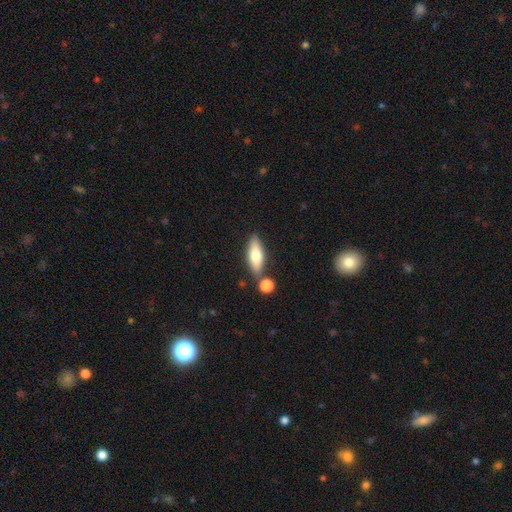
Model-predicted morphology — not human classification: This is likely a smooth galaxy (67%). How rounded: possibly in between (59%). Merging: likely none (74%).